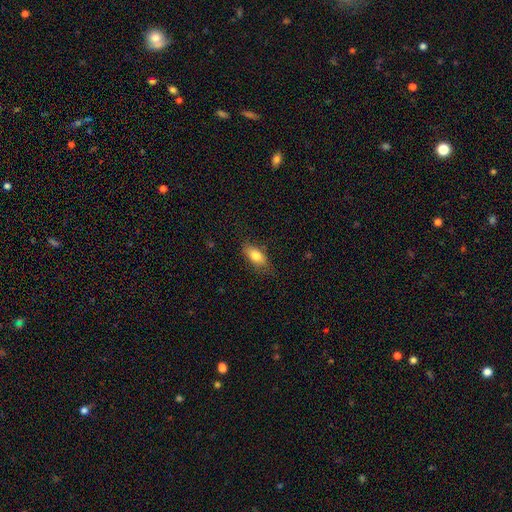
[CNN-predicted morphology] Smooth or featured? Predicted: smooth (p=0.78). How rounded? Predicted: in between (p=0.83). Merging? Predicted: none (p=0.77).